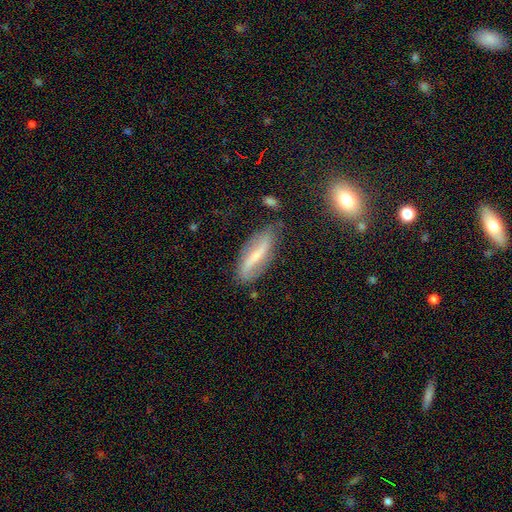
This is possibly a featured or disk galaxy (55%). It is likely not viewed edge-on (76%). Bar: marginally strong (38%). Spiral arm pattern: clearly yes (81%). Spiral arm count: clearly 2 (100%). Spiral winding: clearly loose (92%). Central bulge: likely small (75%). Merging: likely none (77%).